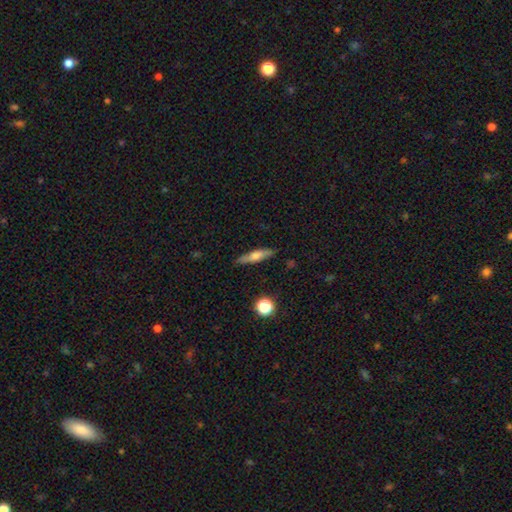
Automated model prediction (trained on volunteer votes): Overall: smooth (54%; featured or disk 38%). How rounded: cigar-shaped (75%). Merging: none (86%).